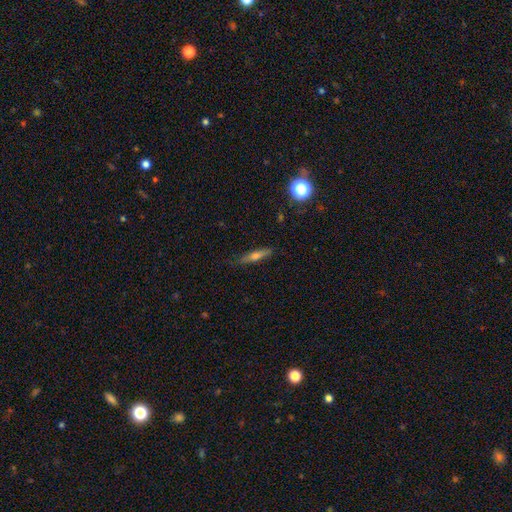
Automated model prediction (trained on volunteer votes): This is possibly a smooth galaxy (50%). Merging: clearly none (84%).